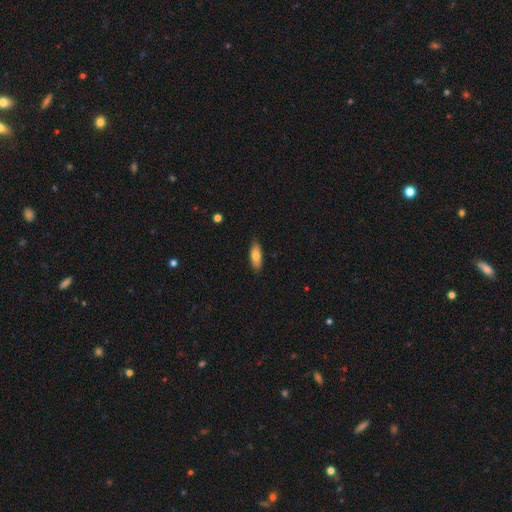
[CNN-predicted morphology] A smooth galaxy with no disk features (78%) that is in between round and cigar-shaped (72%).

Vote fractions:
- Smooth or featured? smooth: 78% / featured or disk: 16% / star or artifact: 6%
- How rounded? in between: 72% / cigar-shaped: 26% / round: 2%
- Merging? none: 86% / minor disturbance: 11% / major disturbance: 2% / merger: 1%